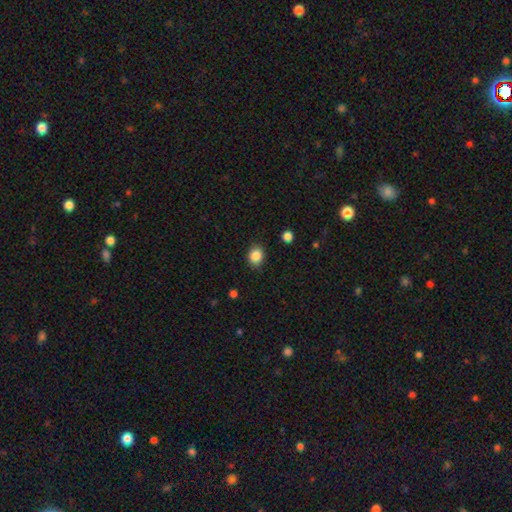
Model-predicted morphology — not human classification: Smooth or featured? smooth (86%)
How rounded? round (57%)
Merging? none (84%)